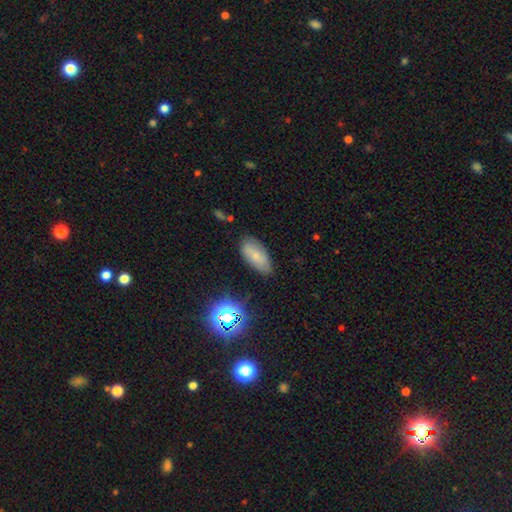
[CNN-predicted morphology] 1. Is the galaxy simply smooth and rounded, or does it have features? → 64% smooth, 24% featured or disk, 12% star or artifact.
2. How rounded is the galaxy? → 88% in between, 9% cigar-shaped, 4% round.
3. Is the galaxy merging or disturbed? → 77% none, 17% minor disturbance, 4% major disturbance, 2% merger.